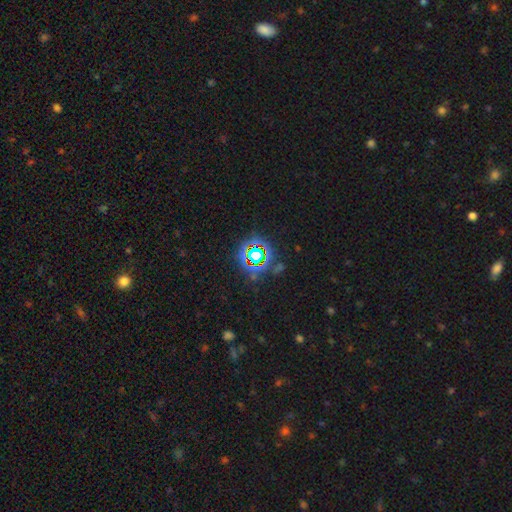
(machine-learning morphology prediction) star or artifact 71%, smooth 17%, featured or disk 11%.